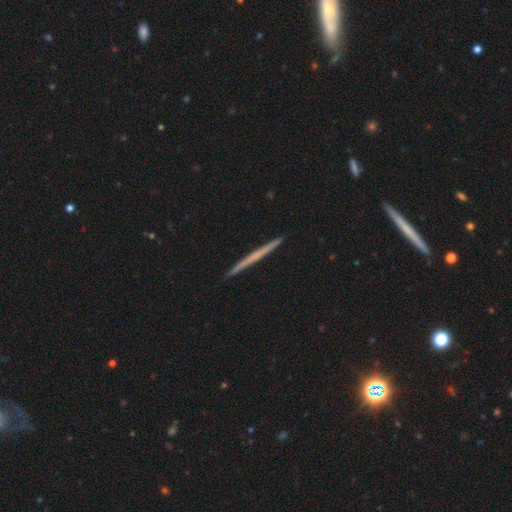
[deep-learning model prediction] Q: Smooth or featured?
A: featured or disk (54%); runner-up: smooth (41%)
Q: Edge-on disk?
A: yes (98%); runner-up: no (2%)
Q: Edge-on bulge?
A: none (90%); runner-up: rounded (7%)
Q: Merging?
A: none (93%); runner-up: minor disturbance (4%)